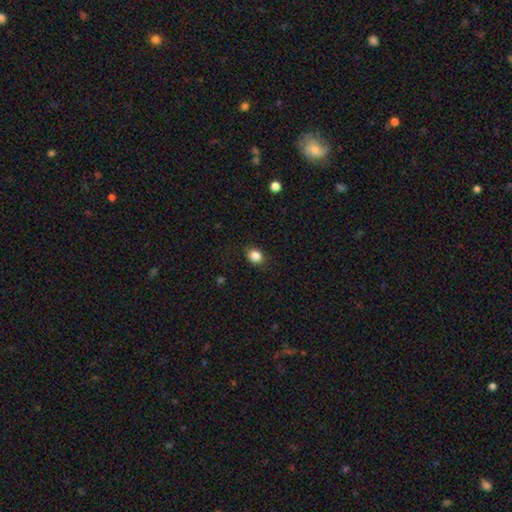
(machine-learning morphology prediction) Smooth or featured: smooth — 85% (star or artifact — 10%)
How rounded: round — 63% (in between — 36%)
Merging: none — 87% (minor disturbance — 9%)